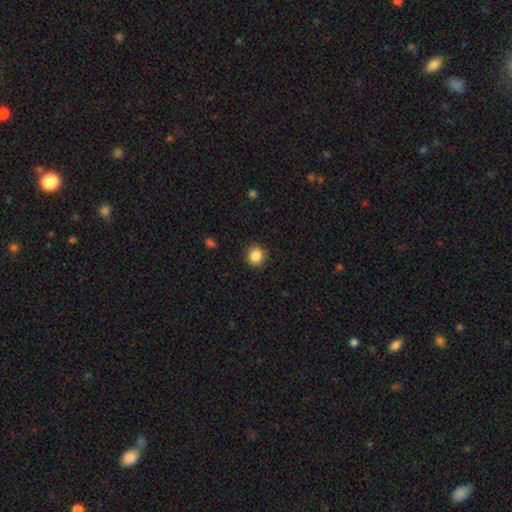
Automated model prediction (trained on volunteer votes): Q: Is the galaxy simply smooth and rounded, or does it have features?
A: smooth — 86%.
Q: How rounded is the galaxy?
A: round — 85%.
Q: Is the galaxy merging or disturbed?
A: none — 88%.